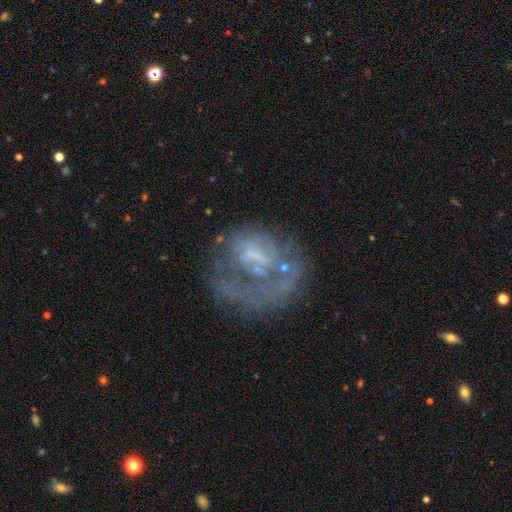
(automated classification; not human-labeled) This appears to be a featured or disk galaxy (65%) with no bar (63%), no spiral arms (63%) and no central bulge (51%). Merging: none (40%).